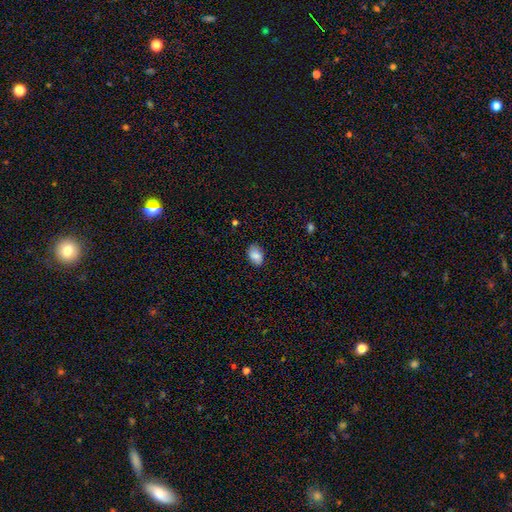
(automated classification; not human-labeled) Overall: smooth (84%). How rounded: in between (85%). Merging: none (81%).